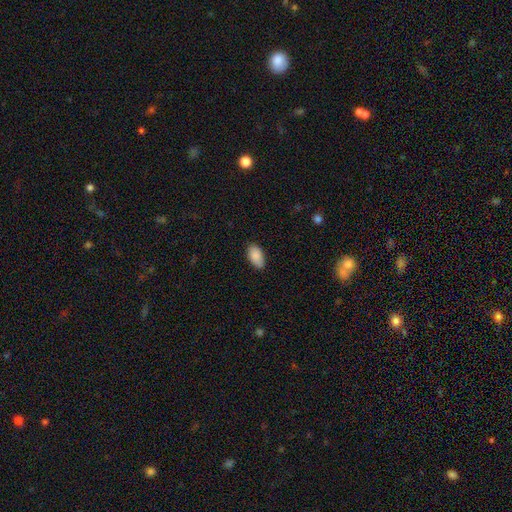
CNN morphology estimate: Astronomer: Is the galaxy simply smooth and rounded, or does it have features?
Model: smooth — 89%.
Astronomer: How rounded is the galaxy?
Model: in between — 94%.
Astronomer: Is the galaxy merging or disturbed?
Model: none — 83%.